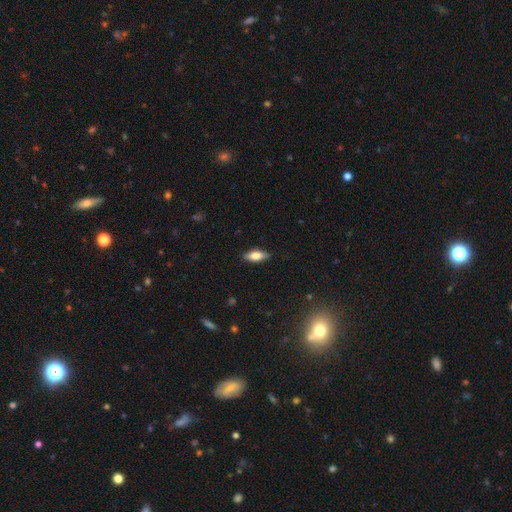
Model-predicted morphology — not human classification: Smooth or featured: smooth — 72% (featured or disk — 21%)
How rounded: in between — 77% (cigar-shaped — 20%)
Merging: none — 87% (minor disturbance — 10%)